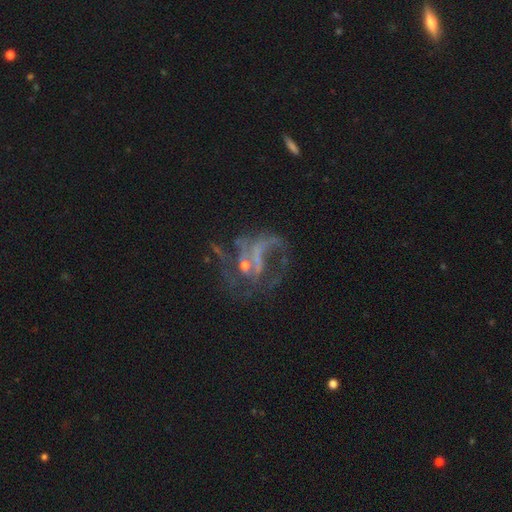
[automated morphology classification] Smooth or featured?
  - featured or disk: 71% *
  - star or artifact: 17%
  - smooth: 12%
Edge-on disk?
  - no: 97% *
  - yes: 3%
Bar?
  - no: 53% *
  - weak: 32%
  - strong: 15%
Spiral arms?
  - yes: 58% *
  - no: 42%
Bulge size?
  - small: 42% *
  - none: 40%
  - moderate: 15%
  - large: 2%
  - dominant: 1%
Merging?
  - major disturbance: 45% *
  - none: 33%
  - minor disturbance: 13%
  - merger: 8%